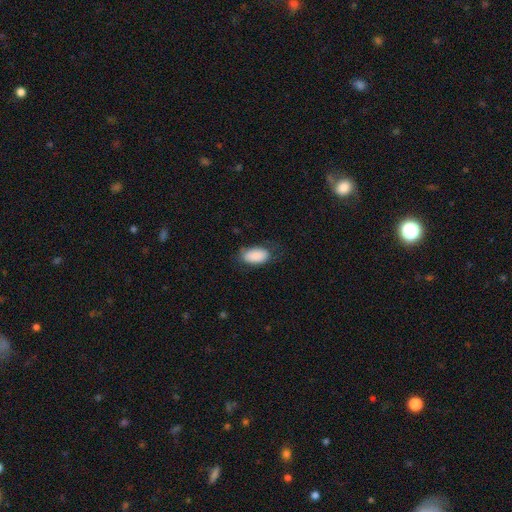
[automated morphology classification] Smooth or featured: smooth — 89% (star or artifact — 6%)
How rounded: in between — 95% (round — 3%)
Merging: none — 70% (minor disturbance — 21%)